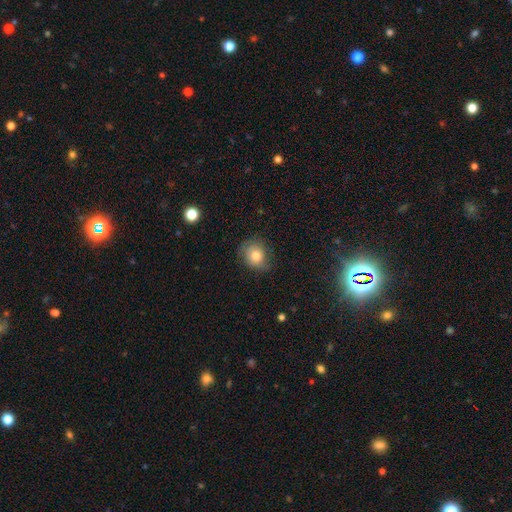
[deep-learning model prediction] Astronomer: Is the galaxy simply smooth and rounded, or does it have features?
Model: smooth — 72%.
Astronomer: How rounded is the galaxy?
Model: round — 73%.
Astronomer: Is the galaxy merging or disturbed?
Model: none — 67%.